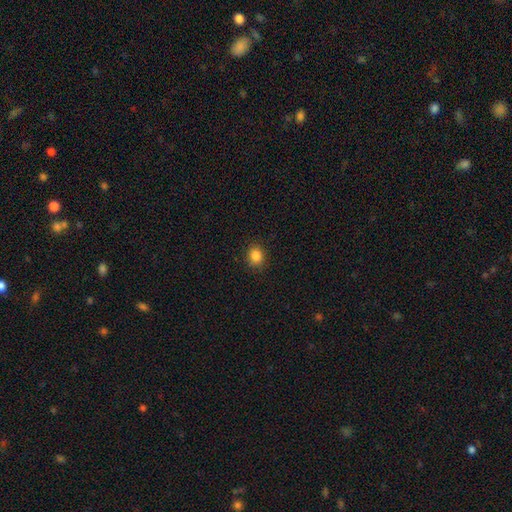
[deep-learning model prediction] Overall: smooth (85%). How rounded: round (59%; in between 40%). Merging: none (87%).